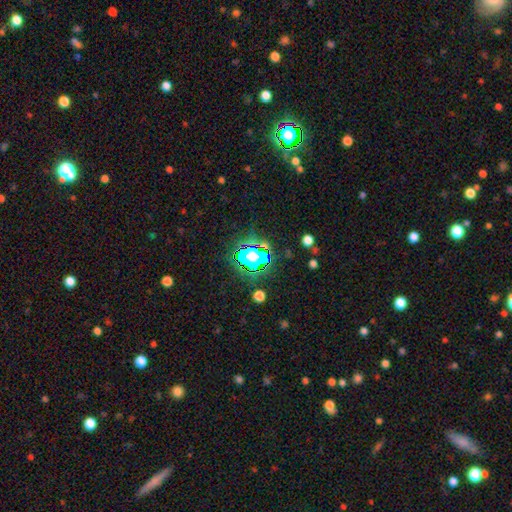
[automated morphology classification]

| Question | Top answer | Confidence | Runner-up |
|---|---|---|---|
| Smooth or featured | star or artifact | 78% | smooth (14%) |